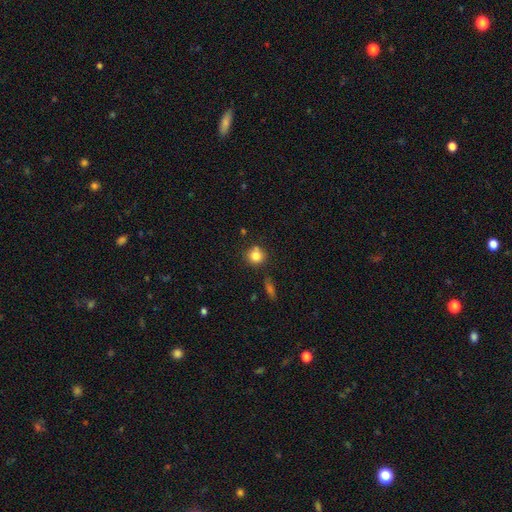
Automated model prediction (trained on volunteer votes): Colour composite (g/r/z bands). It shows a smooth galaxy with no disk features (81%) that is round (88%). Merging: none (74%).